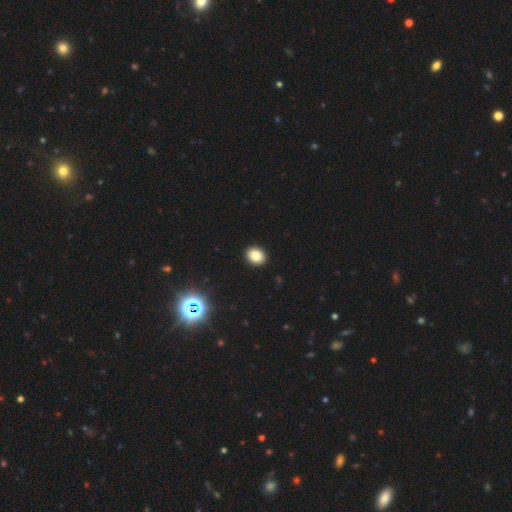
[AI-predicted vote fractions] smooth 82%, star or artifact 12%, featured or disk 6%. Down the decision tree: how rounded — round (50%); merging — none (92%).